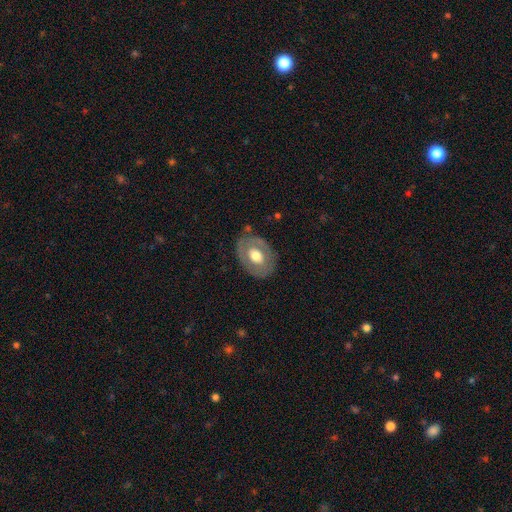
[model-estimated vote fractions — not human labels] This appears to be a smooth galaxy with no disk features (47%, tied with featured or disk). Merging: none (78%).